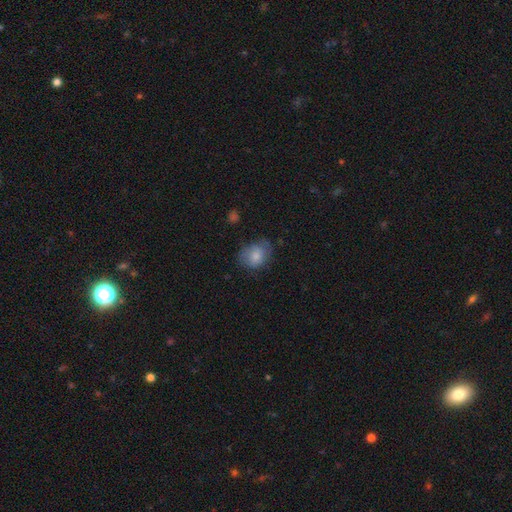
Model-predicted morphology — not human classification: smooth-or-featured: smooth: 75% | featured or disk: 17% | star or artifact: 8%
  how-rounded: in between: 51% | round: 48% | cigar-shaped: 1%
  merging: none: 60% | minor disturbance: 28% | major disturbance: 10% | merger: 2%